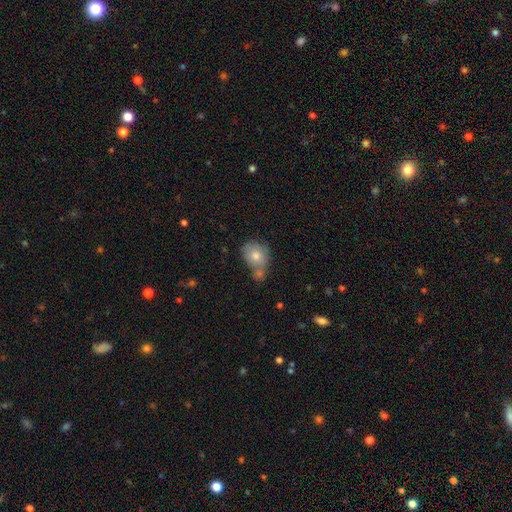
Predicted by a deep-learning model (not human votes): This appears to be a smooth galaxy with no disk features (74%) that is round (63%). Merging: none (39%, tied with merger).